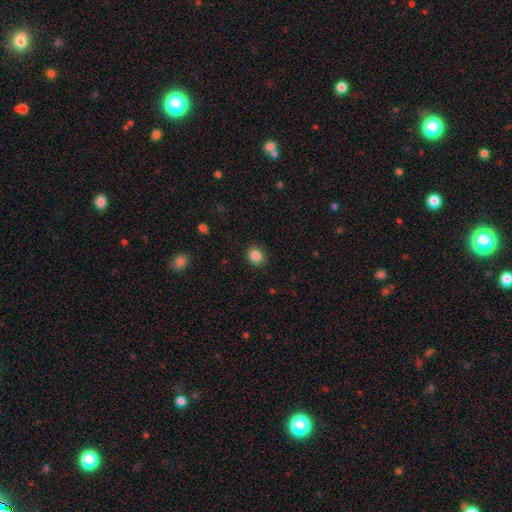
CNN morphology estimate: Overall: smooth (86%). How rounded: round (75%). Merging: none (90%).